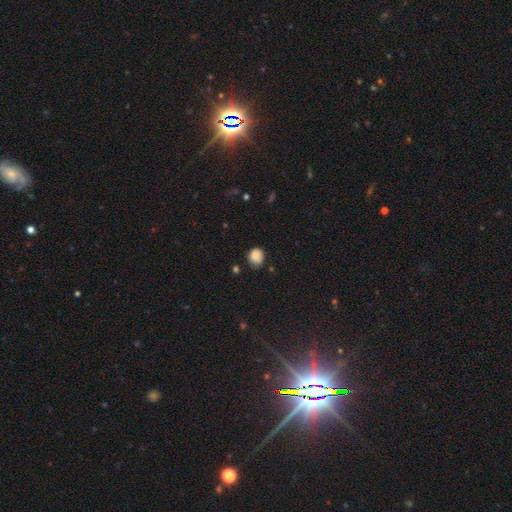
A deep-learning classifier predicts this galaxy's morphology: Smooth or featured?
  - smooth: 85% *
  - star or artifact: 10%
  - featured or disk: 6%
How rounded?
  - round: 66% *
  - in between: 33%
  - cigar-shaped: 1%
Merging?
  - none: 66% *
  - minor disturbance: 26%
  - major disturbance: 5%
  - merger: 3%